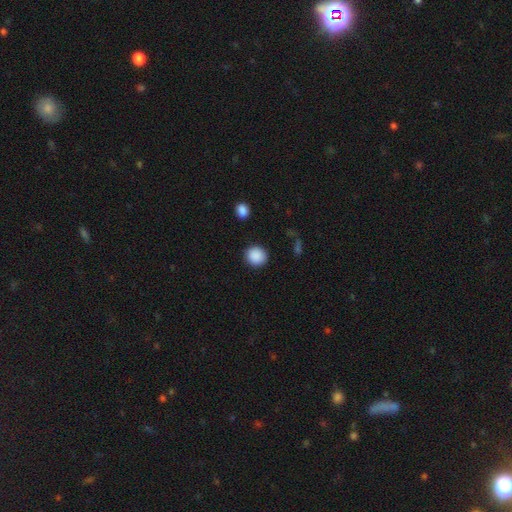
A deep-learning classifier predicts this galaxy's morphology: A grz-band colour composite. It shows a smooth galaxy with no disk features (89%) that is round (91%). Merging: none (90%).